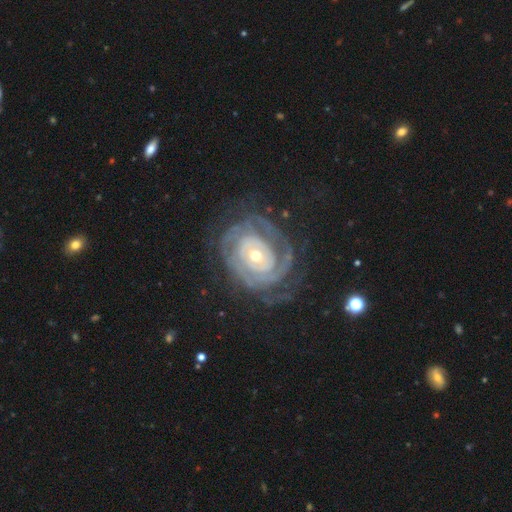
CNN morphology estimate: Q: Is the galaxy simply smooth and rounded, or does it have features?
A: featured or disk — 88%.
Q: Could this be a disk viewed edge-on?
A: no — 97%.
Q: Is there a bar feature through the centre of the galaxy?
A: no — 76%.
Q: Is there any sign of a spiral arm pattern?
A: yes — 94%.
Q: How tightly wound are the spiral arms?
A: tight — 79%.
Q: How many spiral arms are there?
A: can't tell — 32%.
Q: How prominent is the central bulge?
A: small — 51%.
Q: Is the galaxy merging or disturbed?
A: none — 66%.